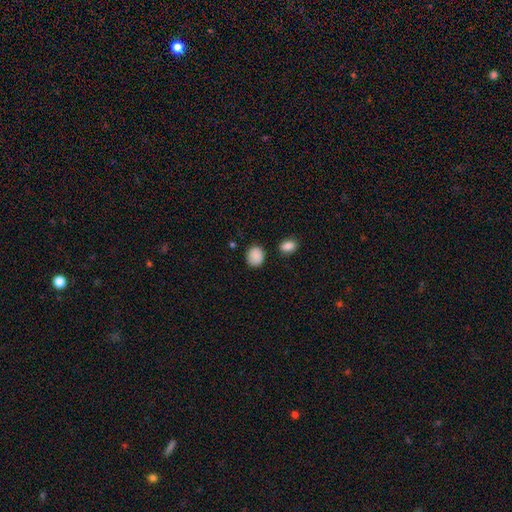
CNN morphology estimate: Smooth or featured? smooth (88%)
How rounded? round (71%)
Merging? none (82%)